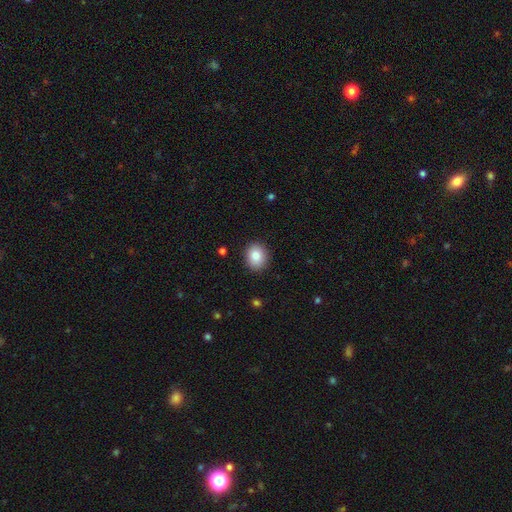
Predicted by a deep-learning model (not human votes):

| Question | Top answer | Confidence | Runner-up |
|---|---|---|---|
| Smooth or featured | smooth | 84% | star or artifact (9%) |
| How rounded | round | 66% | in between (33%) |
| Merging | none | 90% | minor disturbance (7%) |